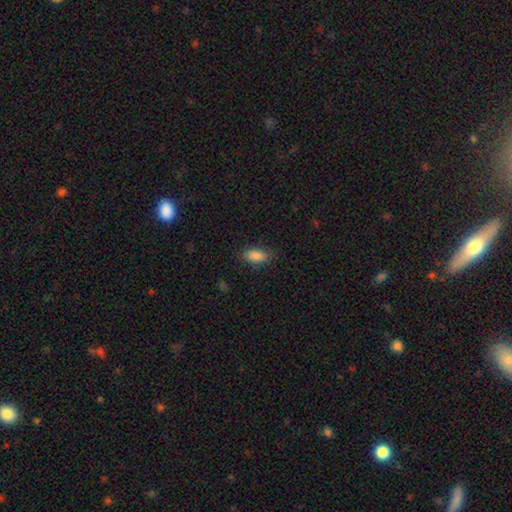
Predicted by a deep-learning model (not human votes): Q: Smooth or featured?
A: smooth (87%); runner-up: star or artifact (7%)
Q: How rounded?
A: in between (88%); runner-up: cigar-shaped (8%)
Q: Merging?
A: none (82%); runner-up: minor disturbance (14%)